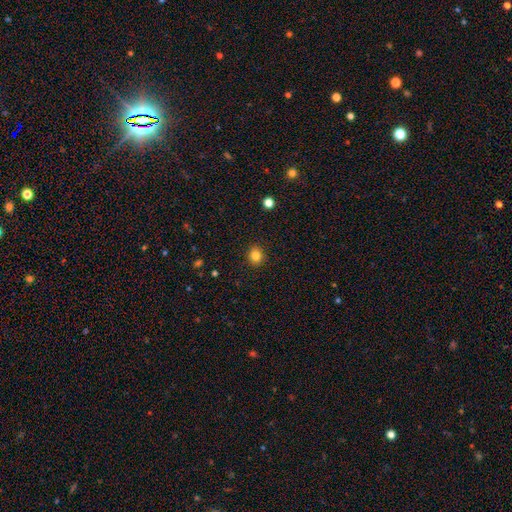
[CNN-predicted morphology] A smooth galaxy with no disk features (82%) that is round (78%).

Vote fractions:
- Smooth or featured? smooth: 82% / star or artifact: 12% / featured or disk: 6%
- How rounded? round: 78% / in between: 21% / cigar-shaped: 1%
- Merging? none: 91% / minor disturbance: 6% / major disturbance: 2% / merger: 1%